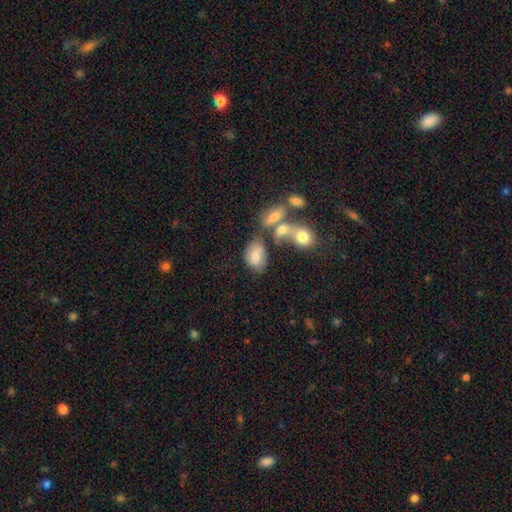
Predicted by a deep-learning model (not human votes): Smooth or featured? Predicted: smooth (p=0.69). How rounded? Predicted: in between (p=0.78). Merging? Predicted: none (p=0.46).